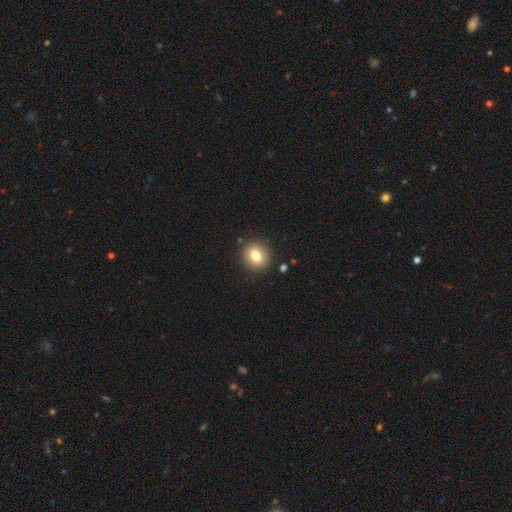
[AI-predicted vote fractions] Smooth or featured? Predicted: smooth (p=0.79). How rounded? Predicted: round (p=0.81). Merging? Predicted: none (p=0.88).